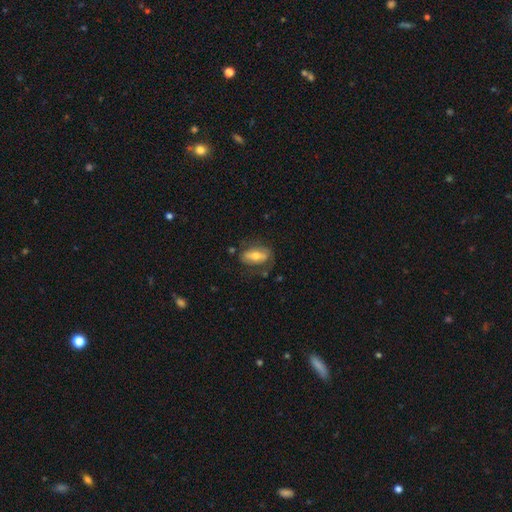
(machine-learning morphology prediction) Smooth or featured?
  - smooth: 50% *
  - featured or disk: 43%
  - star or artifact: 7%
How rounded?
  - in between: 81% *
  - cigar-shaped: 12%
  - round: 6%
Merging?
  - none: 61% *
  - minor disturbance: 23%
  - major disturbance: 14%
  - merger: 3%